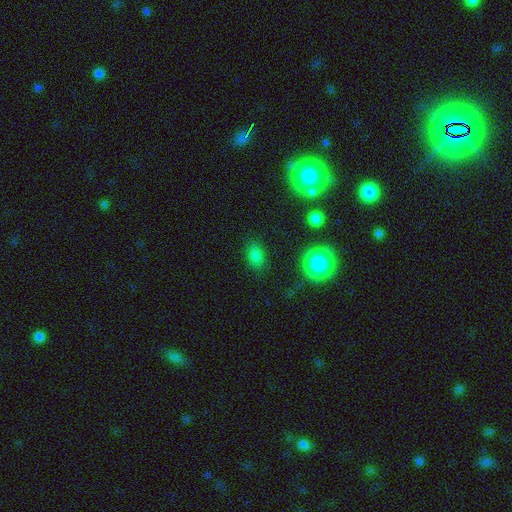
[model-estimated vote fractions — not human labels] A smooth galaxy with no disk features (77%) that is in between round and cigar-shaped (78%). Merging: none (81%).